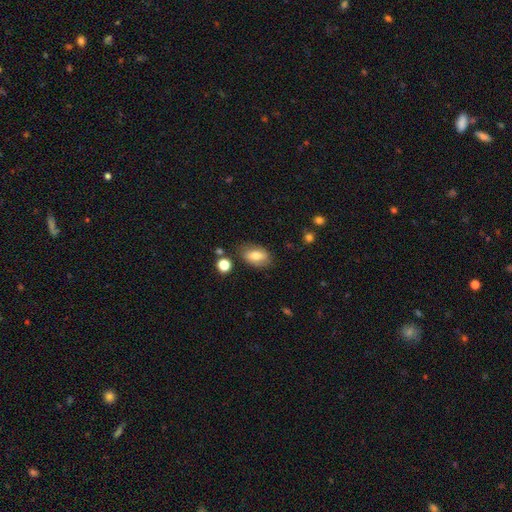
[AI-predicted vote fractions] smooth_or_featured: smooth (p=0.69) [alt: featured or disk p=0.23]
how_rounded: in between (p=0.89) [alt: round p=0.08]
merging: none (p=0.75) [alt: minor disturbance p=0.17]